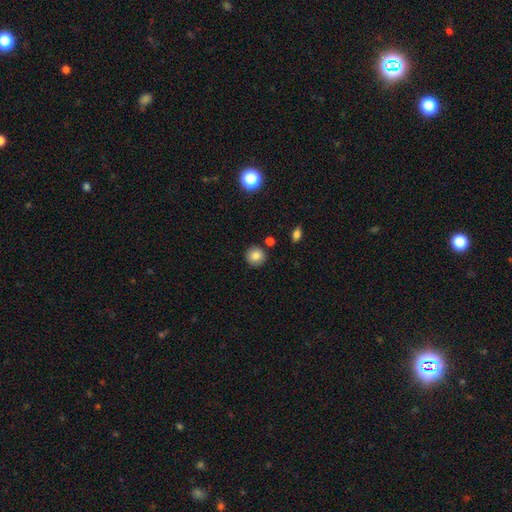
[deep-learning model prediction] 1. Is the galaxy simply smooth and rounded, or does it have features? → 84% smooth, 10% star or artifact, 6% featured or disk.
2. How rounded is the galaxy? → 92% round, 7% in between, 1% cigar-shaped.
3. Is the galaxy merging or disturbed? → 87% none, 7% minor disturbance, 4% merger, 2% major disturbance.